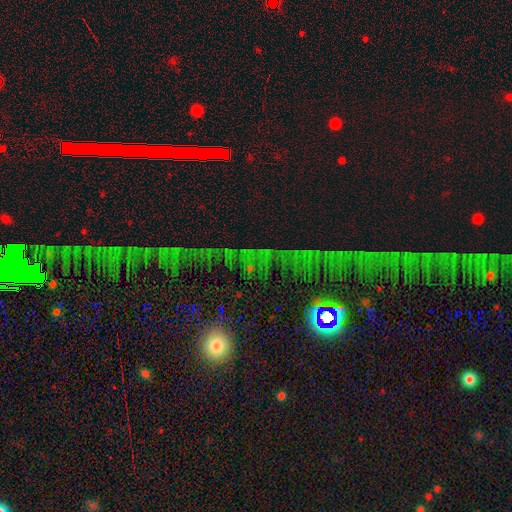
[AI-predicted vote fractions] The model was most divided on "smooth or featured": star or artifact: 68%, smooth: 16%, featured or disk: 16%.